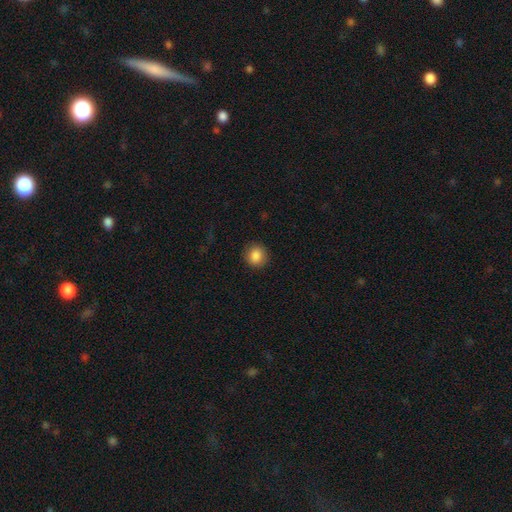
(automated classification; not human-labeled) smooth-or-featured: smooth: 87% | star or artifact: 9% | featured or disk: 4%
  how-rounded: round: 88% | in between: 11% | cigar-shaped: 1%
  merging: none: 88% | minor disturbance: 8% | major disturbance: 3% | merger: 1%